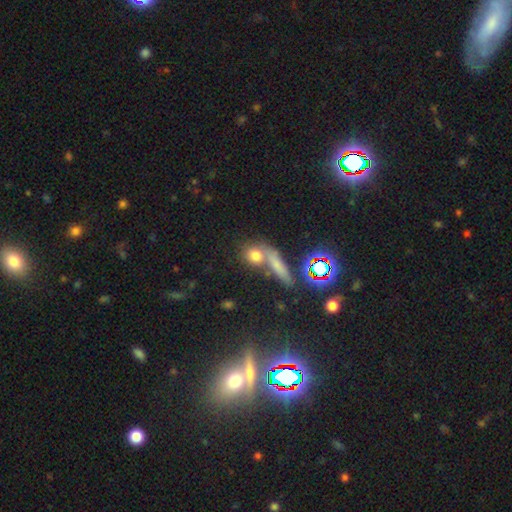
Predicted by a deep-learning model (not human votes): The model was most divided on "merging": none: 53%, merger: 30%, minor disturbance: 10%, major disturbance: 6%. More confident: smooth or featured — smooth (67%); how rounded — round (62%).